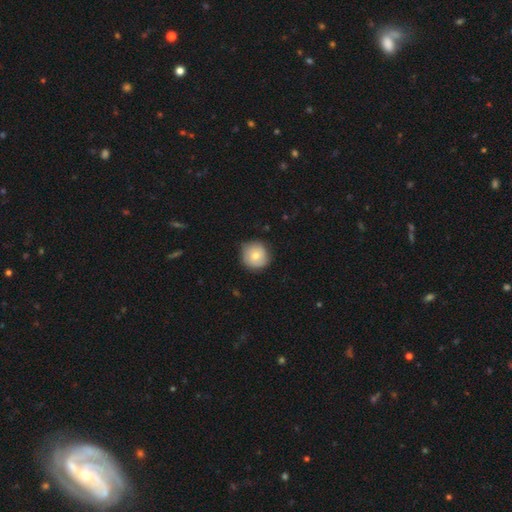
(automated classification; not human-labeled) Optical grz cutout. It shows a smooth galaxy with no disk features (73%) that is round (93%). Merging: none (78%).